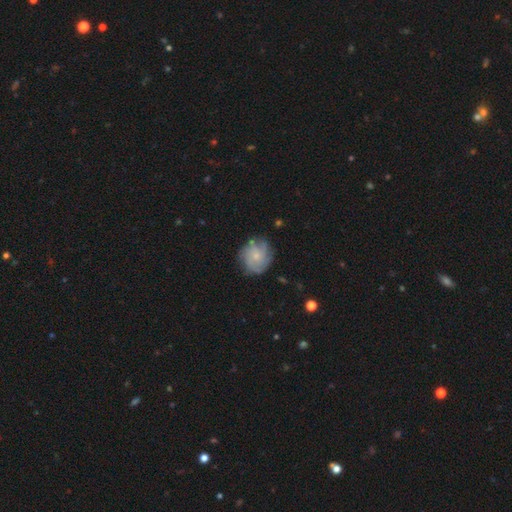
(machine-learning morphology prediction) Smooth or featured: featured or disk — 54% (smooth — 38%)
Edge-on disk: no — 98% (yes — 2%)
Bar: no — 83% (weak — 15%)
Spiral arms: yes — 84% (no — 16%)
Bulge size: small — 68% (moderate — 25%)
Merging: none — 74% (minor disturbance — 19%)